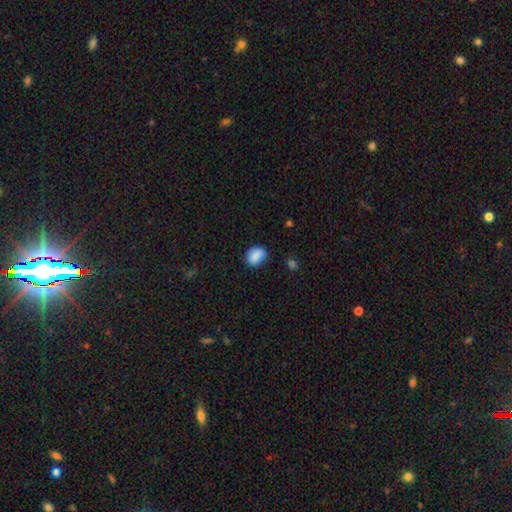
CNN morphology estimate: This appears to be a smooth galaxy with no disk features (87%) that is in between round and cigar-shaped (61%). Merging: none (71%).